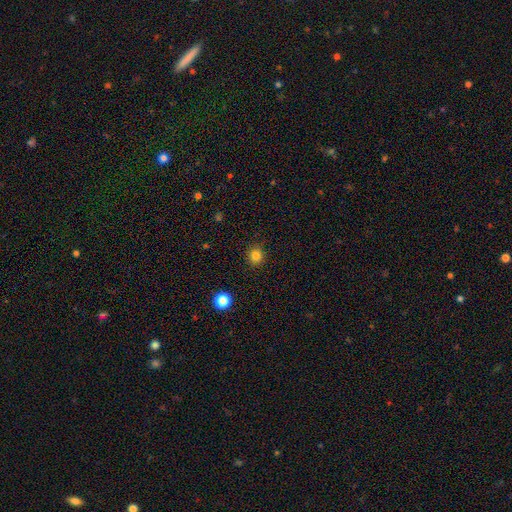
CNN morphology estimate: This is clearly a smooth galaxy (82%). How rounded: clearly round (86%). Merging: clearly none (90%).